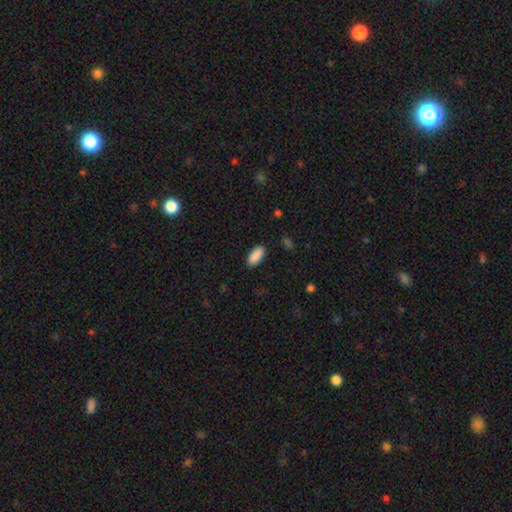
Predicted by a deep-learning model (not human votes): The model was most divided on "how rounded": in between: 87%, cigar-shaped: 11%, round: 2%. More confident: smooth or featured — smooth (90%); merging — none (89%).